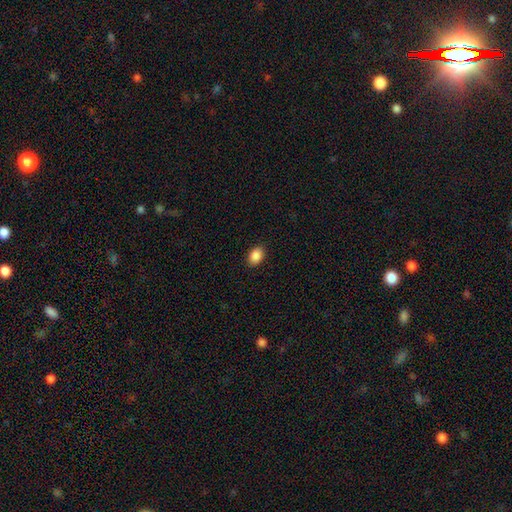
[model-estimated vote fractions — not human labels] Smooth or featured? Predicted: smooth (p=0.89). How rounded? Predicted: in between (p=0.77). Merging? Predicted: none (p=0.89).